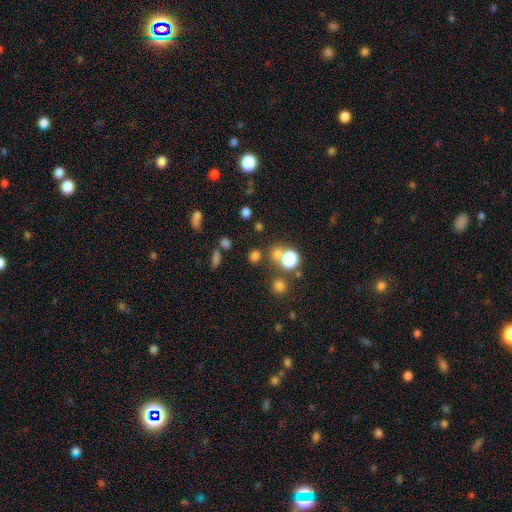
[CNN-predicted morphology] Smooth or featured?
  - smooth: 54% *
  - star or artifact: 38%
  - featured or disk: 8%
How rounded?
  - round: 83% *
  - in between: 16%
  - cigar-shaped: 2%
Merging?
  - none: 70% *
  - merger: 17%
  - minor disturbance: 9%
  - major disturbance: 5%